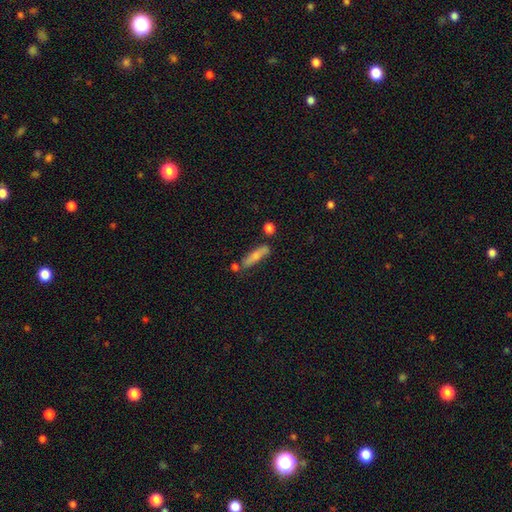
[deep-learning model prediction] smooth 66%, featured or disk 27%, star or artifact 7%. Down the decision tree: how rounded — cigar-shaped (69%); merging — none (64%).